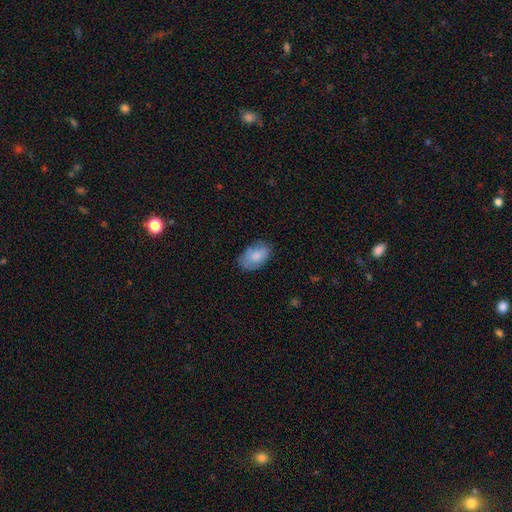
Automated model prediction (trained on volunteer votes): Morphology: type=smooth (80%); roundness=in between (92%); merging=none (73%).